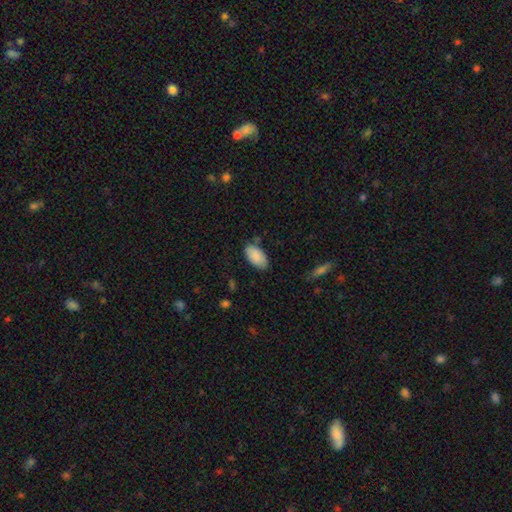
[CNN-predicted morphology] The model was most divided on "merging": none: 78%, minor disturbance: 16%, major disturbance: 3%, merger: 3%. More confident: how rounded — in between (95%); smooth or featured — smooth (88%).